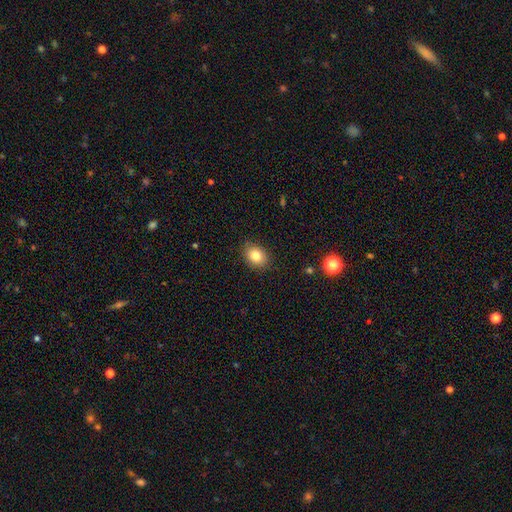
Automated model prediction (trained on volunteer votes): Smooth or featured?
  - smooth: 82% *
  - star or artifact: 10%
  - featured or disk: 8%
How rounded?
  - in between: 58% *
  - round: 41%
  - cigar-shaped: 1%
Merging?
  - none: 87% *
  - minor disturbance: 10%
  - major disturbance: 2%
  - merger: 1%